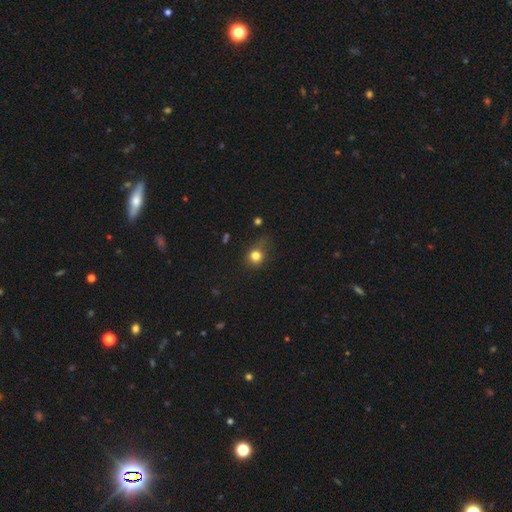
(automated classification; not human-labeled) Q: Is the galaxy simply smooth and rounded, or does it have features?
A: smooth — 80%.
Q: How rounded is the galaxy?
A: round — 82%.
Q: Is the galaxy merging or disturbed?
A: none — 58%.